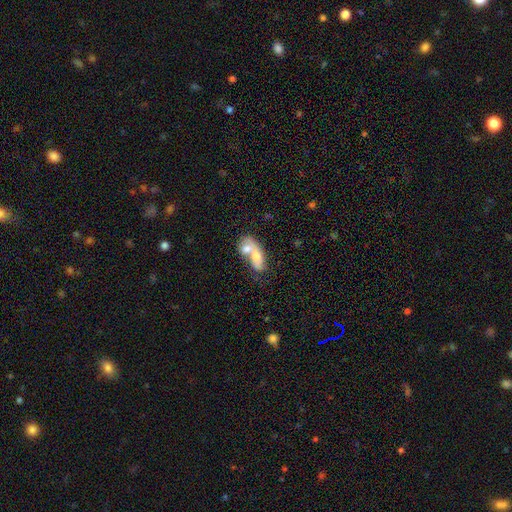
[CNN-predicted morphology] Q: Smooth or featured?
A: smooth (62%); runner-up: featured or disk (31%)
Q: How rounded?
A: in between (78%); runner-up: round (14%)
Q: Merging?
A: merger (75%); runner-up: none (12%)